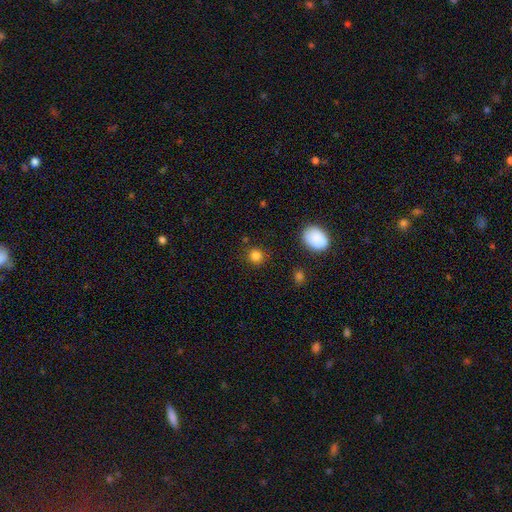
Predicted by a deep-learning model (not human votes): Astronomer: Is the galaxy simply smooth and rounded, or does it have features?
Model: smooth — 83%.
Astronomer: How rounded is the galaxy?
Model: round — 90%.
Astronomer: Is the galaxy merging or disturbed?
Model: none — 87%.